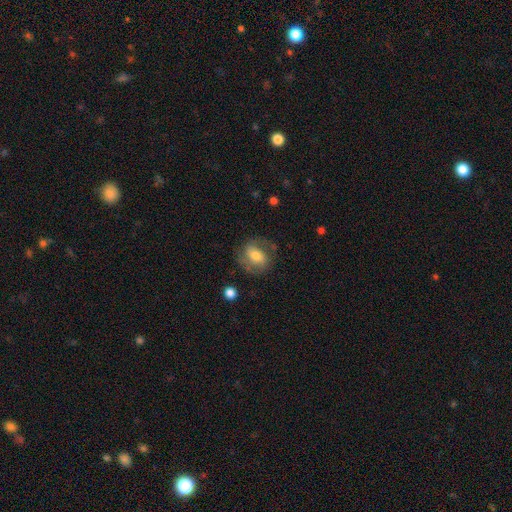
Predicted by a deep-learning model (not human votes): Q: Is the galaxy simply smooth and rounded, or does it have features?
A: smooth — 47%.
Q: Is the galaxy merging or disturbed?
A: none — 66%.